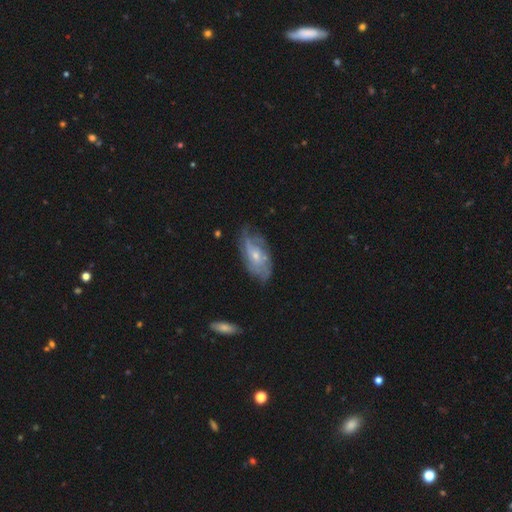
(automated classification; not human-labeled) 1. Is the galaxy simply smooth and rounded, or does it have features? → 71% featured or disk, 23% smooth, 6% star or artifact.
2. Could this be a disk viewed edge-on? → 93% no, 7% yes.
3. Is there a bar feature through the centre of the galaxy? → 71% no, 26% weak, 4% strong.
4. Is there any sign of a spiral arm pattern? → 83% yes, 17% no.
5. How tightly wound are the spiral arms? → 47% tight, 36% medium, 17% loose.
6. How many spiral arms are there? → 50% can't tell, 22% 2, 12% 3, 6% 4, 5% 1, 4% more than 4.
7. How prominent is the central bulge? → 64% small, 32% moderate, 2% none, 1% large, 1% dominant.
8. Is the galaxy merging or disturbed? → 63% none, 25% minor disturbance, 10% major disturbance, 2% merger.